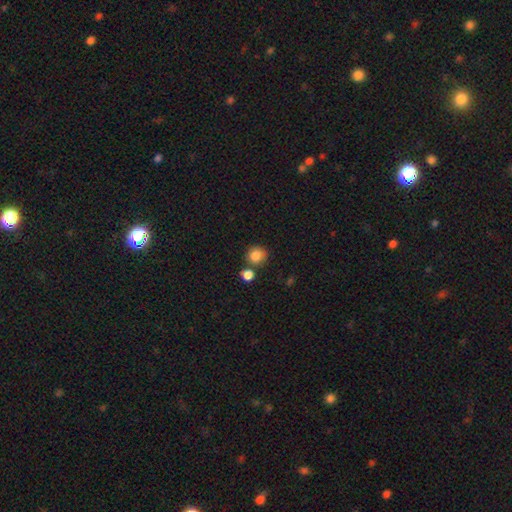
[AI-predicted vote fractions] Q: Smooth or featured?
A: smooth (85%); runner-up: star or artifact (10%)
Q: How rounded?
A: round (86%); runner-up: in between (13%)
Q: Merging?
A: none (71%); runner-up: merger (16%)